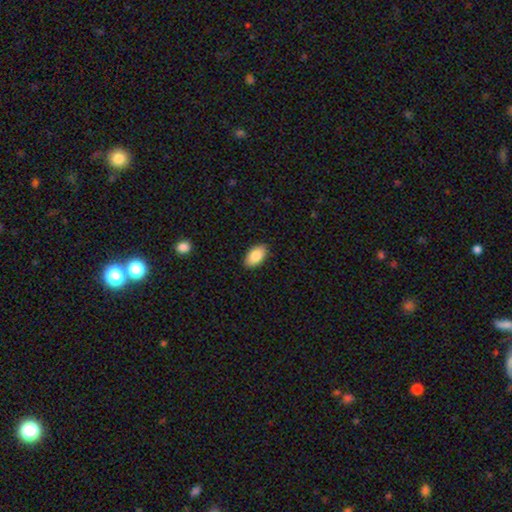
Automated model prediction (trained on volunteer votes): Overall: smooth (86%). How rounded: in between (95%). Merging: none (89%).